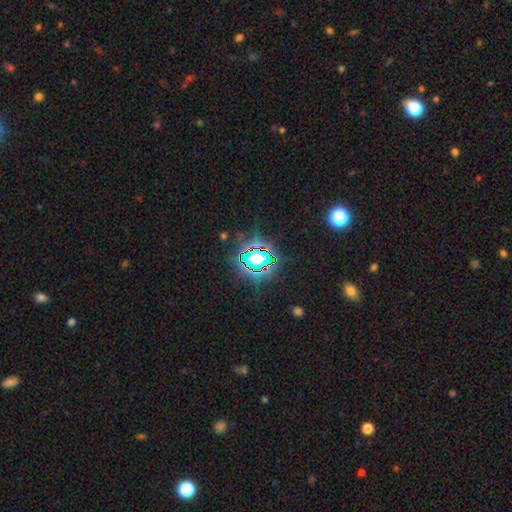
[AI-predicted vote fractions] This is likely a star or artifact rather than a galaxy (69%).